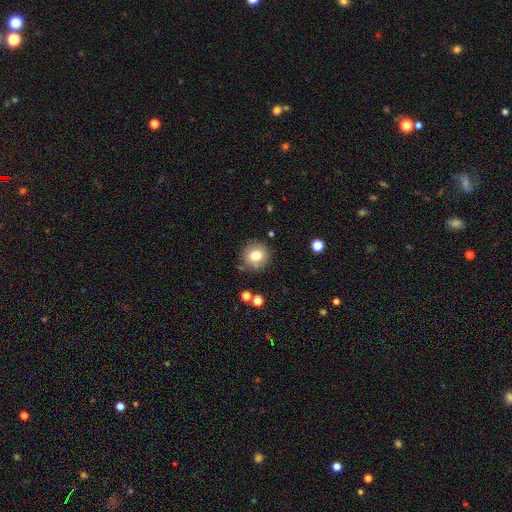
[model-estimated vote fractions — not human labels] A smooth galaxy with no disk features (79%) that is round (90%). Merging: none (83%).